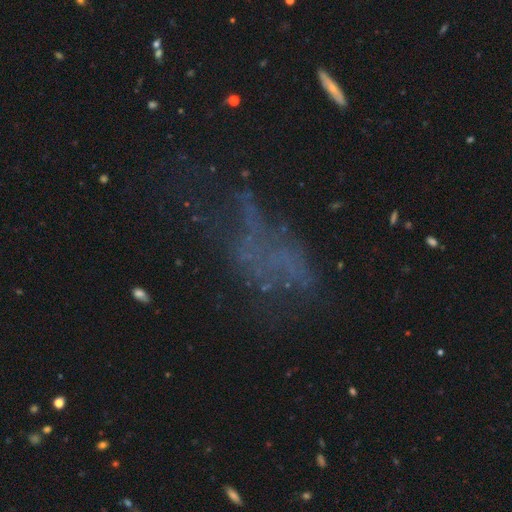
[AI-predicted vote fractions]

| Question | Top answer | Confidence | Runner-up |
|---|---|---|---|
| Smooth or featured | featured or disk | 41% | star or artifact (35%) |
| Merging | major disturbance | 40% | none (37%) |